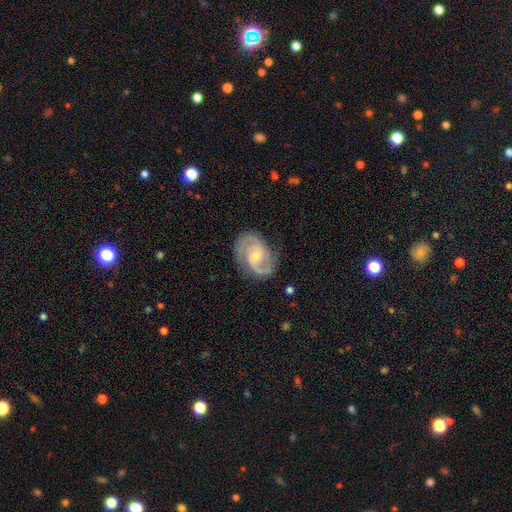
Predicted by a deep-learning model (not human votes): Smooth or featured? featured or disk (90%)
Edge-on disk? no (98%)
Bar? no (52%)
Spiral arms? yes (98%)
Spiral winding? medium (50%)
Spiral arm count? 2 (88%)
Bulge size? small (51%)
Merging? none (80%)